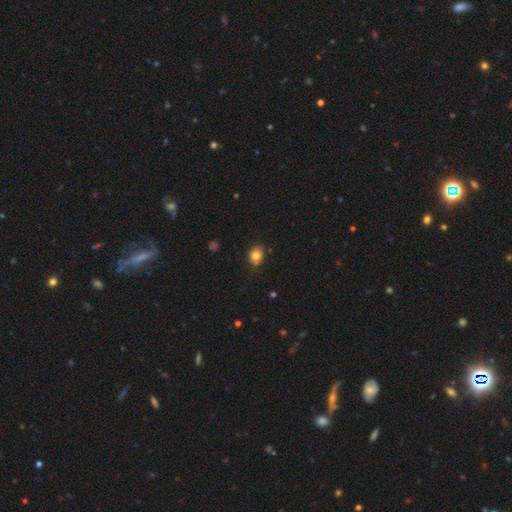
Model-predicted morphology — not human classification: A smooth galaxy with no disk features (82%) that is in between round and cigar-shaped (60%). Merging: none (79%).